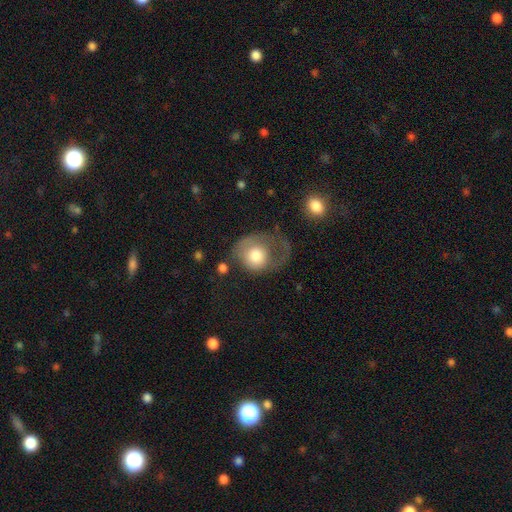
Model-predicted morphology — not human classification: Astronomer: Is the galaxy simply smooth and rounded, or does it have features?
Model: smooth — 64%.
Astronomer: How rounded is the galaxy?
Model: round — 65%.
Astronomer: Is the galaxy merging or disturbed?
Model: major disturbance — 53%.